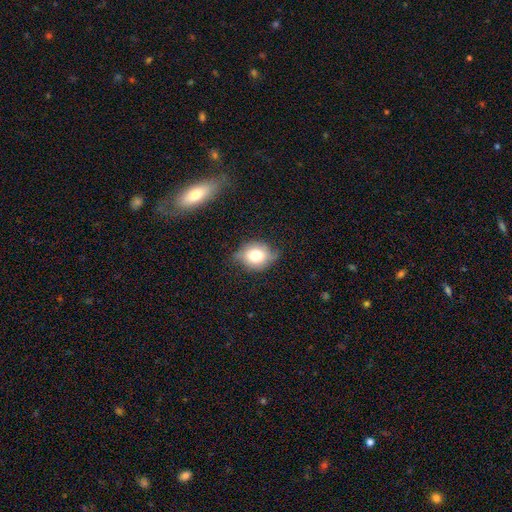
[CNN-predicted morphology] A smooth galaxy with no disk features (66%) that is round (50%). Merging: none (63%).